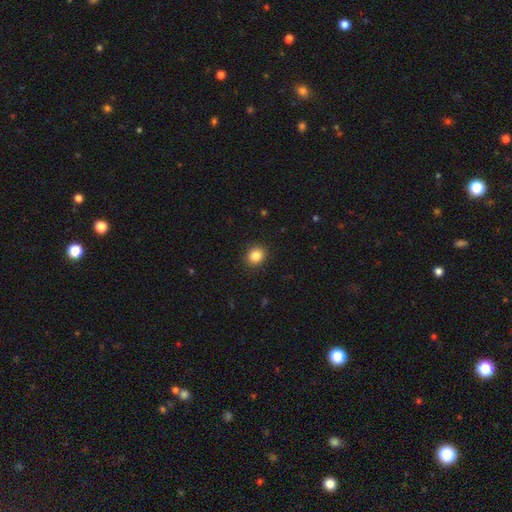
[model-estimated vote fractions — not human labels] A smooth galaxy with no disk features (86%) that is round (75%). Merging: none (90%).